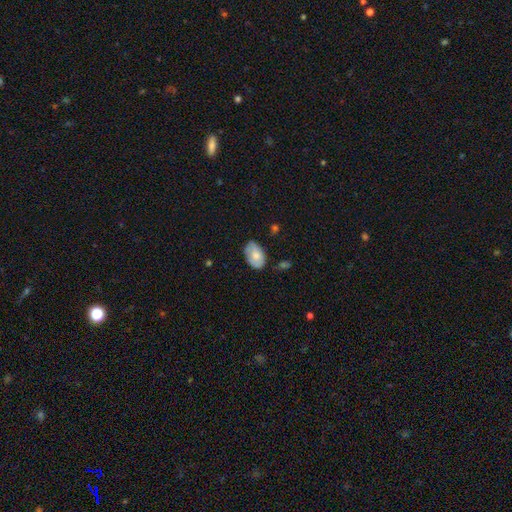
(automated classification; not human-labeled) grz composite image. It shows a smooth galaxy with no disk features (73%) that is in between round and cigar-shaped (91%). Merging: none (71%).